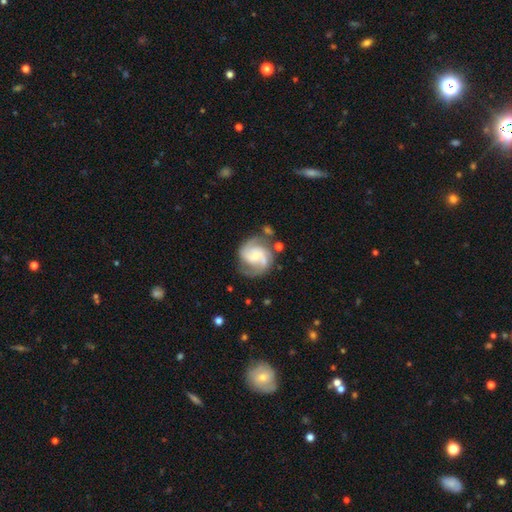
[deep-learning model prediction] Overall: featured or disk (86%). Edge-on disk: no (98%). Bar: no (56%; weak 35%). Spiral arms: yes (97%). Spiral arm count: 2 (72%). Spiral winding: medium (50%; tight 35%). Bulge size: small (59%; moderate 35%). Merging: none (70%).